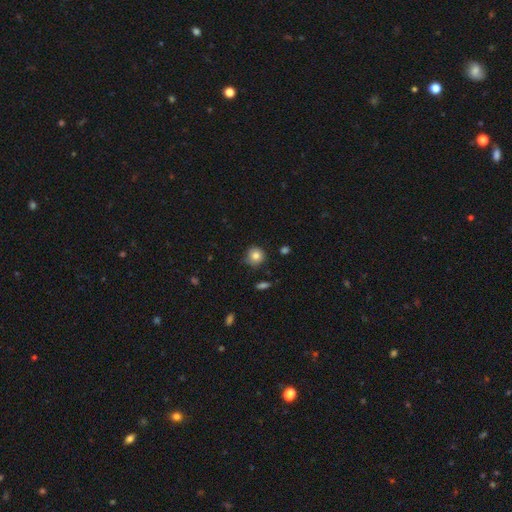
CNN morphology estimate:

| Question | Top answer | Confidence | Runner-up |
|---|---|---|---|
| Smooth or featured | smooth | 81% | featured or disk (10%) |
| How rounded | round | 89% | in between (10%) |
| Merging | none | 72% | minor disturbance (21%) |